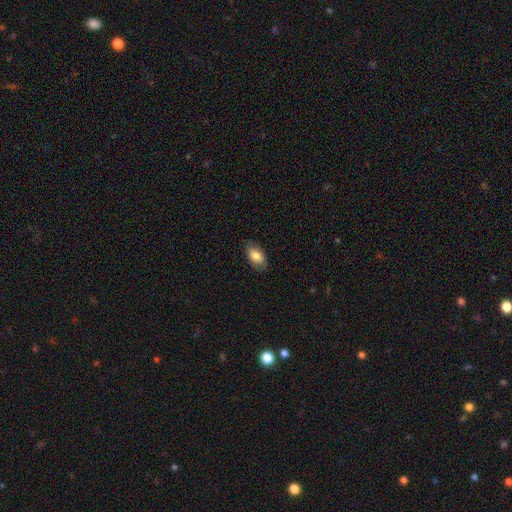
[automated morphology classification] A smooth galaxy with no disk features (79%) that is in between round and cigar-shaped (93%).

Vote fractions:
- Smooth or featured? smooth: 79% / featured or disk: 14% / star or artifact: 7%
- How rounded? in between: 93% / round: 4% / cigar-shaped: 3%
- Merging? none: 82% / minor disturbance: 14% / major disturbance: 3% / merger: 1%